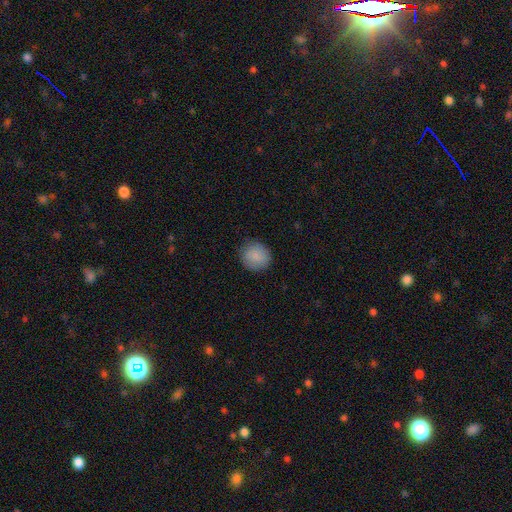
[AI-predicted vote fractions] Q: Smooth or featured?
A: smooth (88%); runner-up: star or artifact (8%)
Q: How rounded?
A: round (85%); runner-up: in between (14%)
Q: Merging?
A: none (87%); runner-up: minor disturbance (10%)